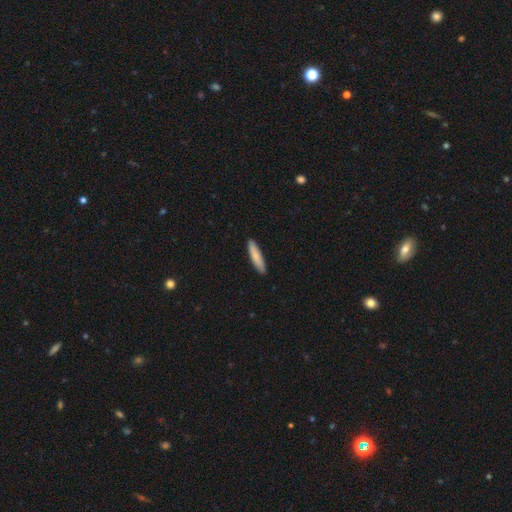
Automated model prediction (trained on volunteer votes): Smooth or featured: smooth — 84% (featured or disk — 10%)
How rounded: cigar-shaped — 85% (in between — 14%)
Merging: none — 89% (minor disturbance — 8%)